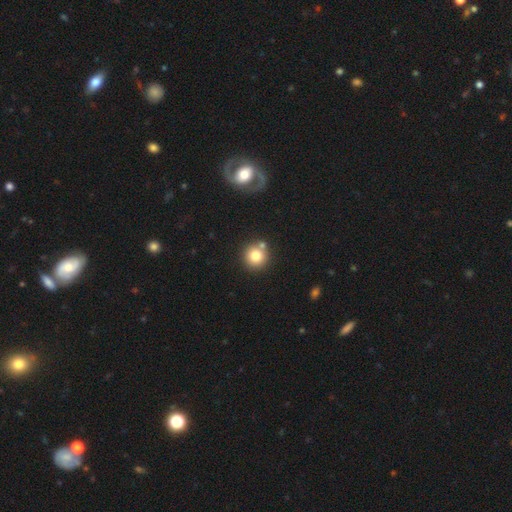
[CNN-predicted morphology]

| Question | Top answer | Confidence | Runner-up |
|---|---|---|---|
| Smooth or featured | smooth | 79% | star or artifact (10%) |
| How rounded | round | 93% | in between (7%) |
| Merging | none | 72% | merger (16%) |